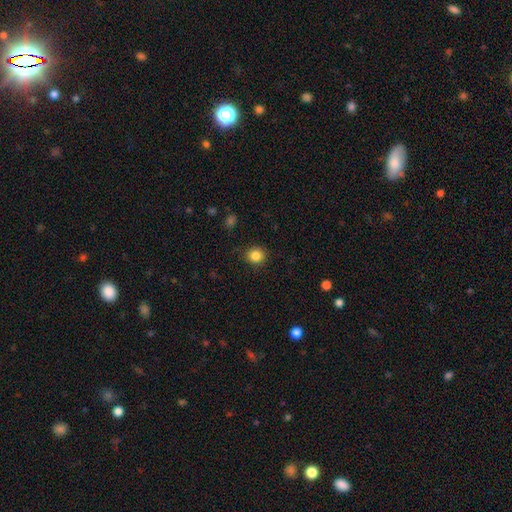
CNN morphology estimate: Q: Smooth or featured?
A: smooth (84%); runner-up: star or artifact (11%)
Q: How rounded?
A: round (88%); runner-up: in between (11%)
Q: Merging?
A: none (89%); runner-up: minor disturbance (7%)